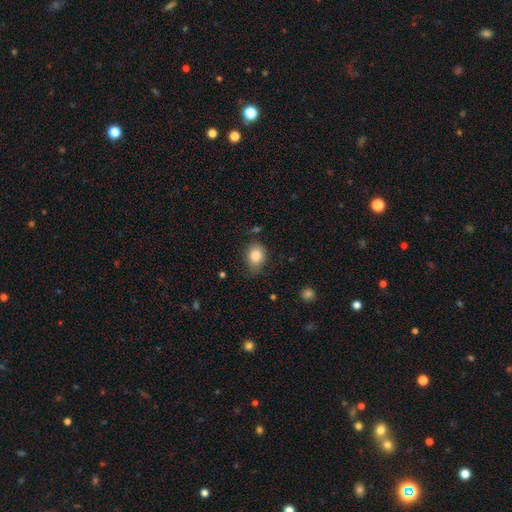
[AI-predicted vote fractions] smooth_or_featured: smooth (p=0.83) [alt: star or artifact p=0.09]
how_rounded: in between (p=0.54) [alt: round p=0.45]
merging: none (p=0.71) [alt: minor disturbance p=0.22]